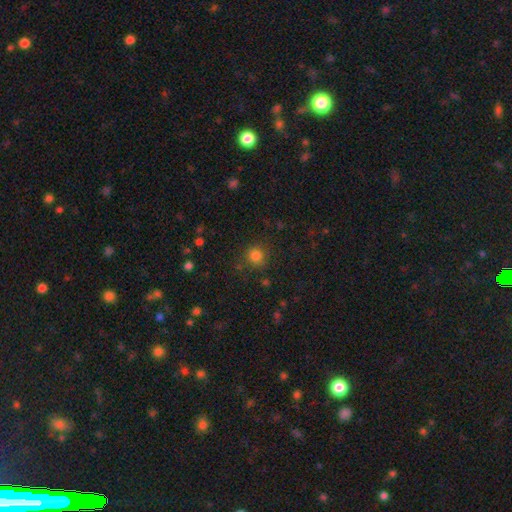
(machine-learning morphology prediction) Smooth or featured?
  - smooth: 81% *
  - star or artifact: 14%
  - featured or disk: 5%
How rounded?
  - round: 91% *
  - in between: 8%
  - cigar-shaped: 1%
Merging?
  - none: 84% *
  - minor disturbance: 10%
  - major disturbance: 4%
  - merger: 2%